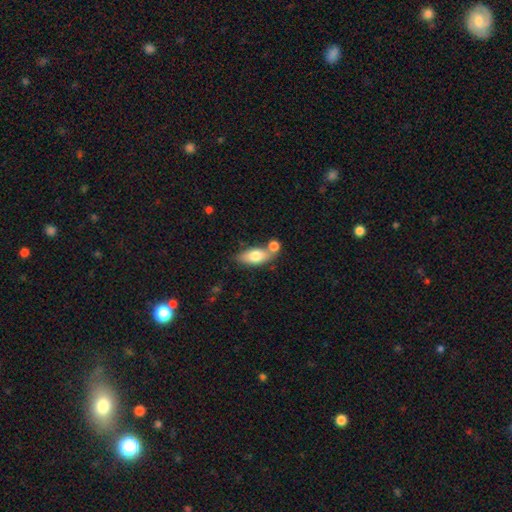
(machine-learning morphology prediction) Smooth or featured? Predicted: smooth (p=0.73). How rounded? Predicted: in between (p=0.83). Merging? Predicted: none (p=0.55).